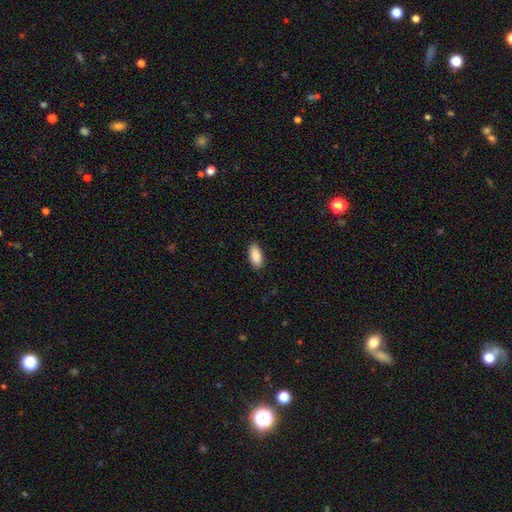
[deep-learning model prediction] The model was most divided on "merging": none: 89%, minor disturbance: 8%, major disturbance: 2%, merger: 1%. More confident: how rounded — in between (92%); smooth or featured — smooth (89%).